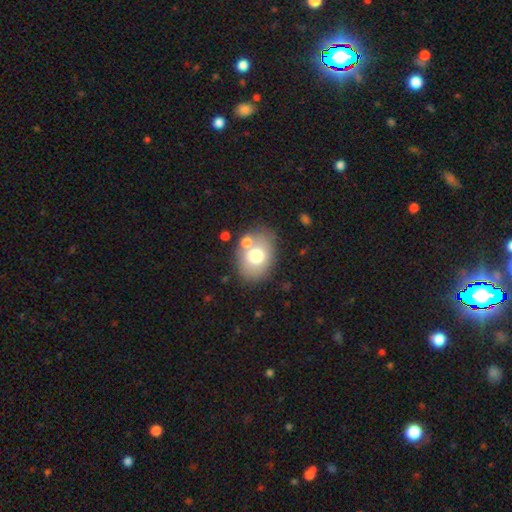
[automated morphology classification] smooth-or-featured: smooth: 69% | featured or disk: 22% | star or artifact: 10%
  how-rounded: in between: 66% | round: 33% | cigar-shaped: 1%
  merging: none: 70% | minor disturbance: 13% | merger: 12% | major disturbance: 5%